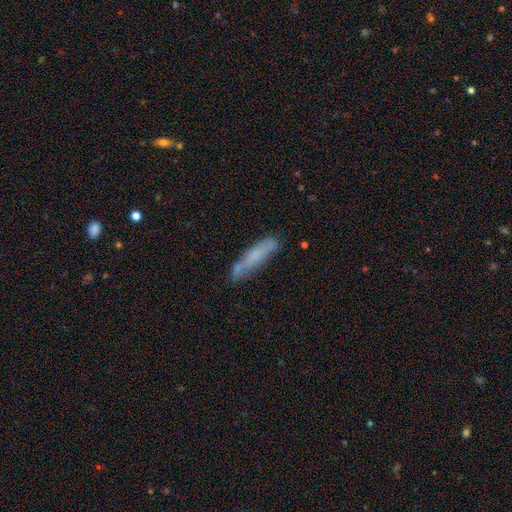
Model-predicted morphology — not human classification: This appears to be a smooth galaxy with no disk features (61%) that is cigar-shaped (84%). Merging: none (65%).